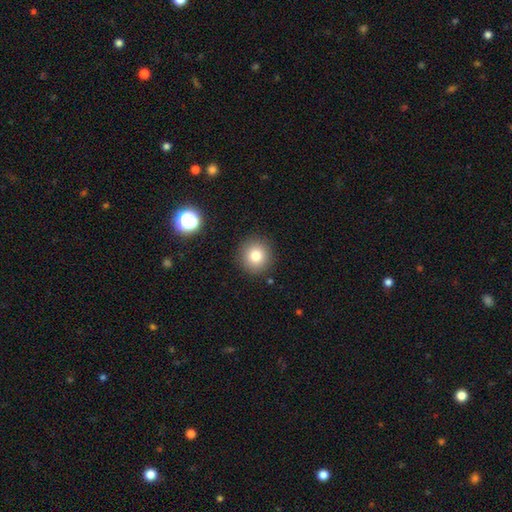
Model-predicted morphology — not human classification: Smooth or featured: smooth — 80% (star or artifact — 12%)
How rounded: round — 94% (in between — 5%)
Merging: none — 90% (minor disturbance — 6%)